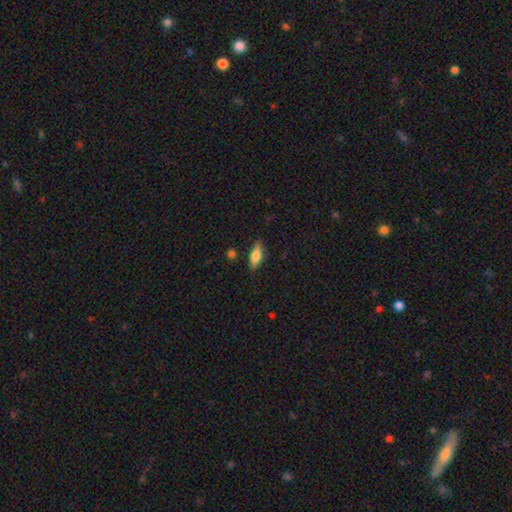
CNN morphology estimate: A smooth galaxy with no disk features (66%) that is in between round and cigar-shaped (65%).

Vote fractions:
- Smooth or featured? smooth: 66% / featured or disk: 27% / star or artifact: 7%
- How rounded? in between: 65% / cigar-shaped: 32% / round: 3%
- Merging? none: 81% / minor disturbance: 14% / major disturbance: 3% / merger: 2%